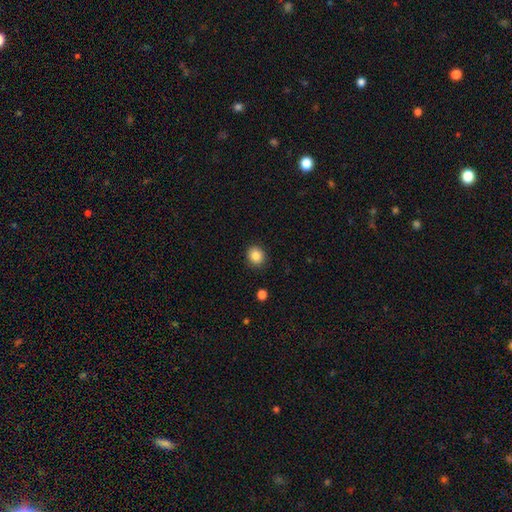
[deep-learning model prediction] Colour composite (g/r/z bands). It shows a smooth galaxy with no disk features (85%) that is round (76%). Merging: none (90%).